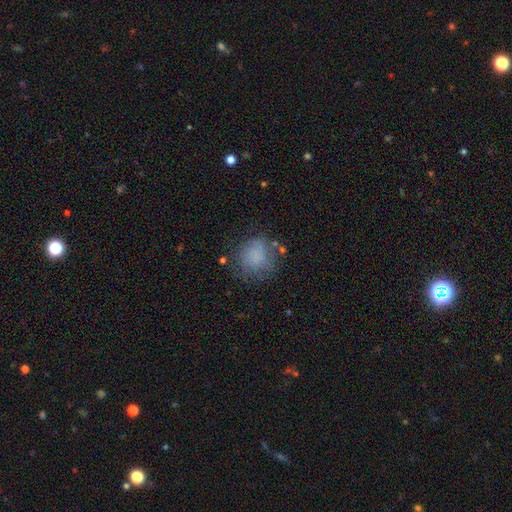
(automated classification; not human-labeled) Overall: smooth (73%). How rounded: round (77%). Merging: none (60%; minor disturbance 23%).